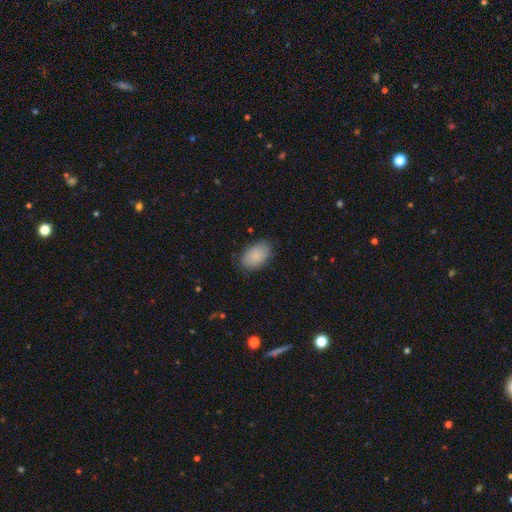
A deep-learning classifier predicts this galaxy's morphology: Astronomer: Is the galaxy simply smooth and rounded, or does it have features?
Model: smooth — 85%.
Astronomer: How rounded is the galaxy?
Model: in between — 92%.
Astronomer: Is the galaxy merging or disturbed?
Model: none — 83%.